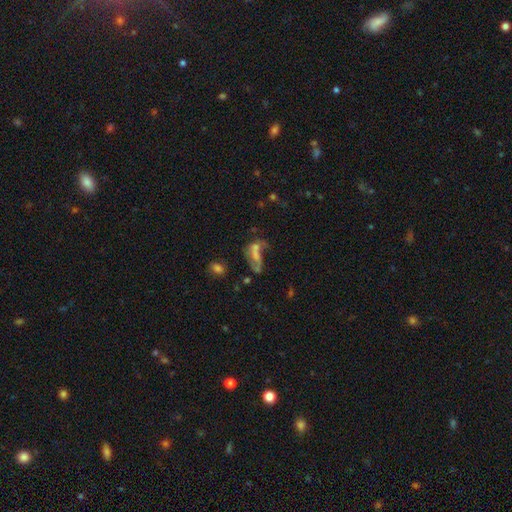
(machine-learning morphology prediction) Overall: featured or disk (42%; smooth 34%). Merging: major disturbance (36%; none 27%).